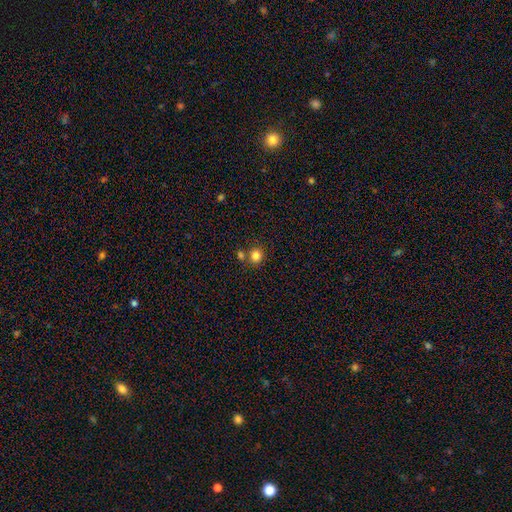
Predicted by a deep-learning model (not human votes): A smooth galaxy with no disk features (83%) that is round (85%).

Vote fractions:
- Smooth or featured? smooth: 83% / star or artifact: 12% / featured or disk: 5%
- How rounded? round: 85% / in between: 14% / cigar-shaped: 1%
- Merging? none: 71% / merger: 19% / minor disturbance: 8% / major disturbance: 3%